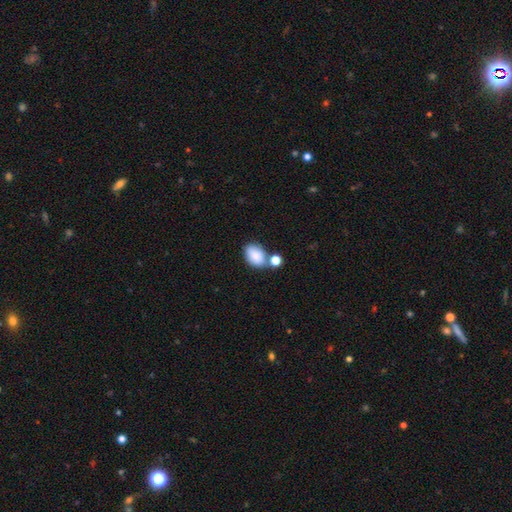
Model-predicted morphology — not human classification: This appears to be a smooth galaxy with no disk features (85%) that is in between round and cigar-shaped (85%). Merging: none (54%).